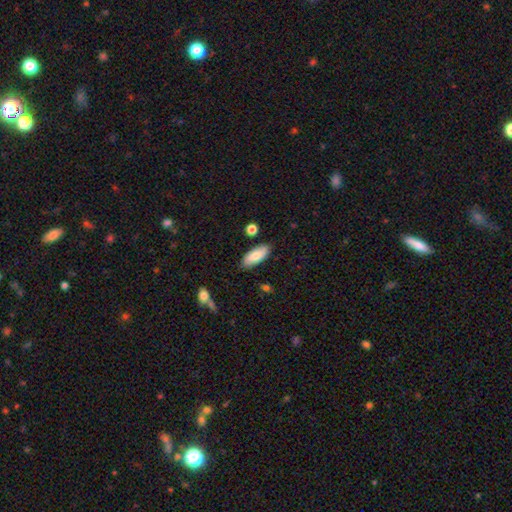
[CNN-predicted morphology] This is likely a smooth galaxy (78%). How rounded: clearly in between (84%). Merging: clearly none (83%).